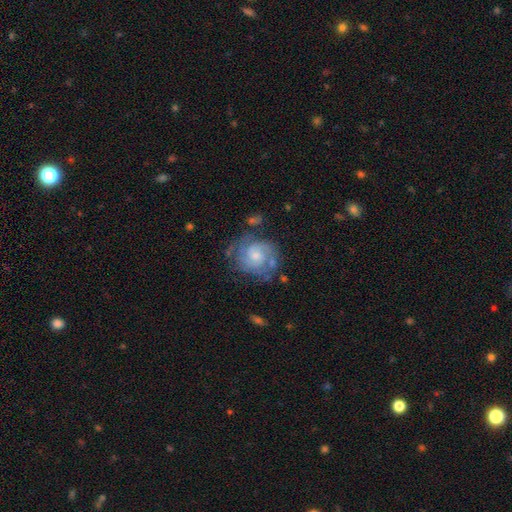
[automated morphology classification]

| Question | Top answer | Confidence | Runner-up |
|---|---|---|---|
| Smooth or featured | featured or disk | 77% | smooth (17%) |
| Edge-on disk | no | 98% | yes (2%) |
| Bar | no | 66% | weak (30%) |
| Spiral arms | yes | 92% | no (8%) |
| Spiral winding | tight | 60% | medium (32%) |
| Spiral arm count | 2 | 46% | can't tell (27%) |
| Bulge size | small | 51% | moderate (38%) |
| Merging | none | 64% | minor disturbance (20%) |